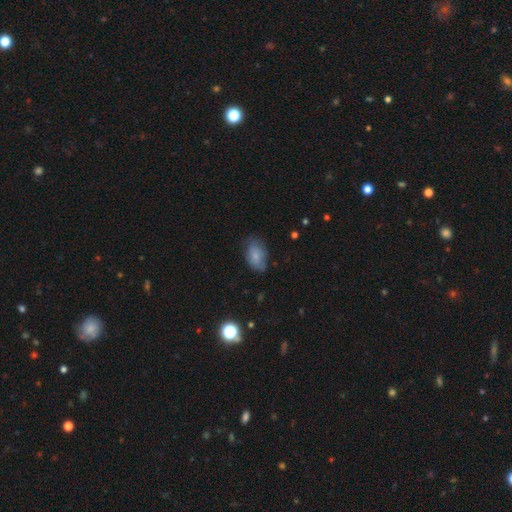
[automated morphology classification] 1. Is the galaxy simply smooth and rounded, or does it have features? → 74% smooth, 18% featured or disk, 8% star or artifact.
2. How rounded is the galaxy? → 90% in between, 8% round, 2% cigar-shaped.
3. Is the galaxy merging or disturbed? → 63% none, 27% minor disturbance, 8% major disturbance, 2% merger.